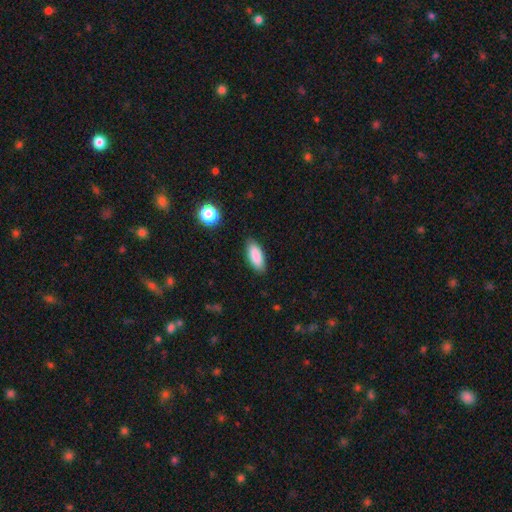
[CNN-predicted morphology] Overall: smooth (87%). How rounded: in between (80%). Merging: none (86%).